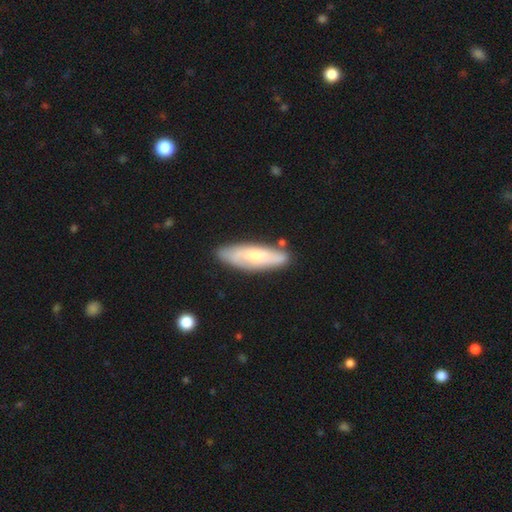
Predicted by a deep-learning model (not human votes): A smooth galaxy with no disk features (46%).

Vote fractions:
- Smooth or featured? smooth: 46% / featured or disk: 45% / star or artifact: 9%
- Merging? none: 81% / minor disturbance: 14% / major disturbance: 3% / merger: 2%